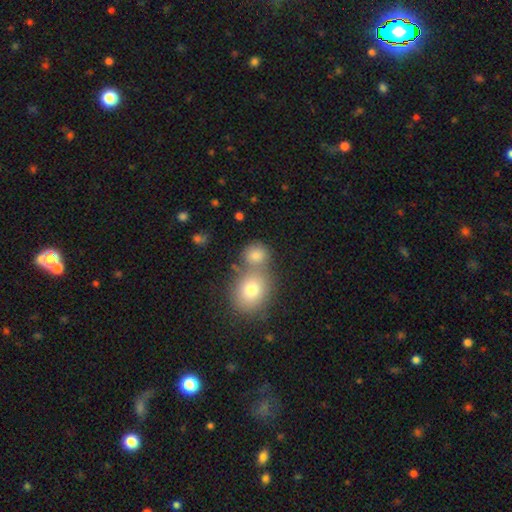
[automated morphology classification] Smooth or featured? smooth (79%)
How rounded? round (76%)
Merging? none (48%)